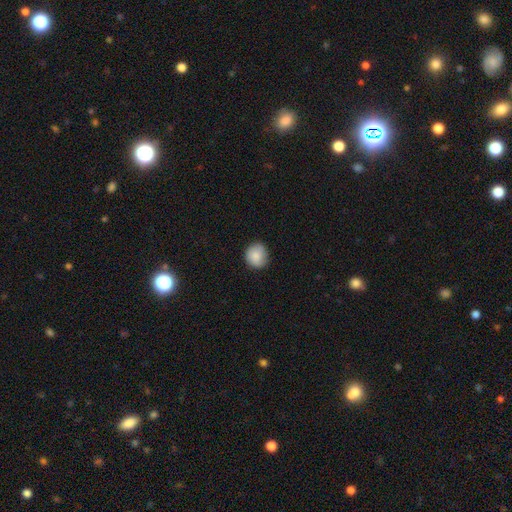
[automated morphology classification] Smooth or featured? Predicted: smooth (p=0.86). How rounded? Predicted: round (p=0.87). Merging? Predicted: none (p=0.85).